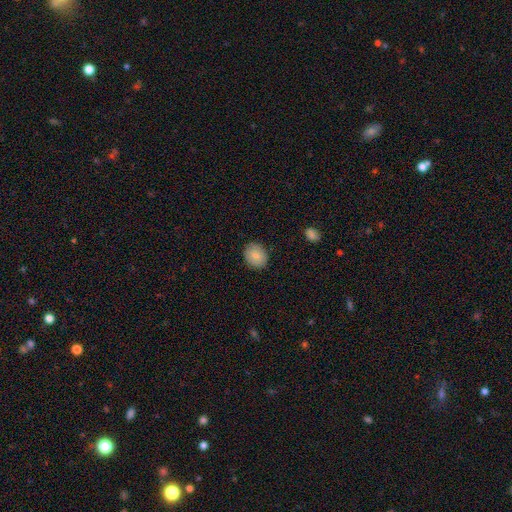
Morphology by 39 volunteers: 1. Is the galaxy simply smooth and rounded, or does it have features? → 77% smooth, 15% featured or disk, 8% star or artifact.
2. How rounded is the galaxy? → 60% round, 40% in between, 0% cigar-shaped.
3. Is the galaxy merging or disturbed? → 89% none, 6% minor disturbance, 3% major disturbance, 3% merger.